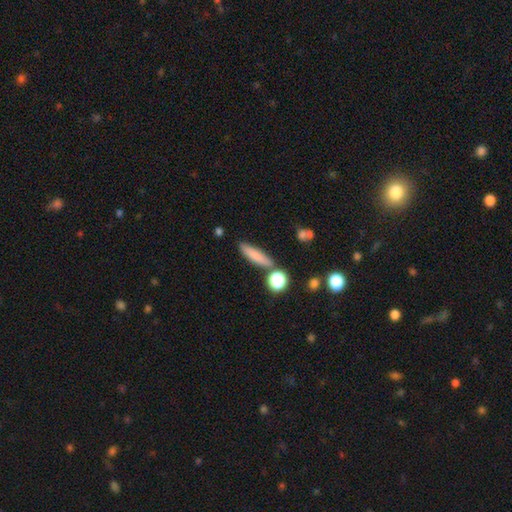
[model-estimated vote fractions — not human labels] smooth 77%, featured or disk 13%, star or artifact 9%. Down the decision tree: how rounded — cigar-shaped (72%); merging — none (76%).